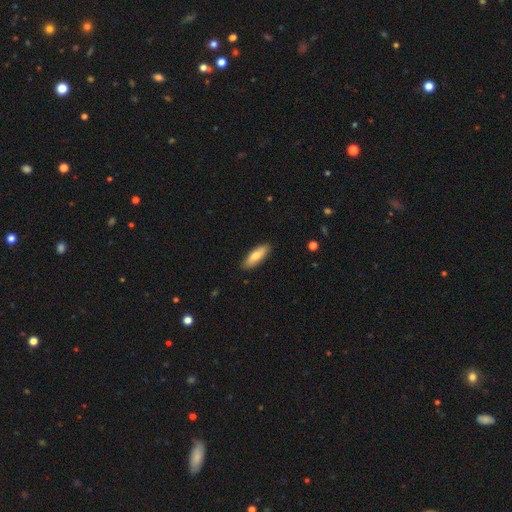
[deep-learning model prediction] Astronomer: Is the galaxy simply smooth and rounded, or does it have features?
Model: smooth — 75%.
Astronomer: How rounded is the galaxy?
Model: in between — 58% (runner-up: cigar-shaped, 40%).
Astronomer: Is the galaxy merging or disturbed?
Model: none — 89%.